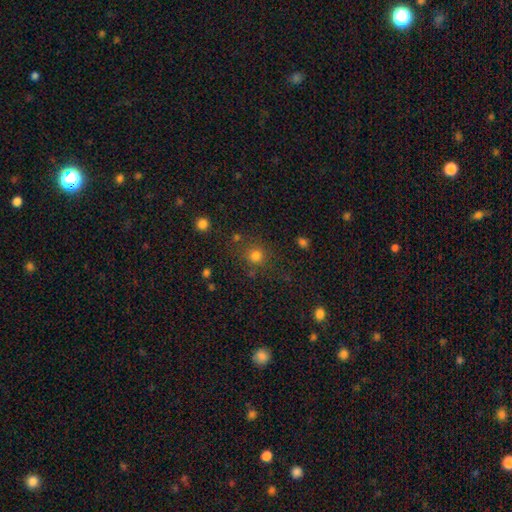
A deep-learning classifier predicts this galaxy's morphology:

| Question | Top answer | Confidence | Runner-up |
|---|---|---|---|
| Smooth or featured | smooth | 78% | star or artifact (16%) |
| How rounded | round | 88% | in between (11%) |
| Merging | none | 75% | minor disturbance (12%) |